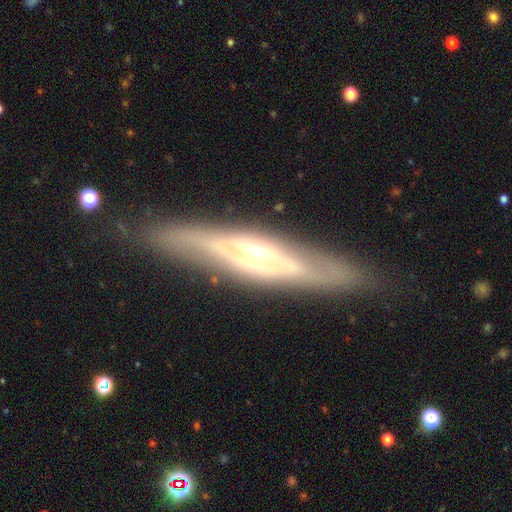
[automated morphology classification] A featured or disk galaxy (77%) viewed edge-on (70%) with a rounded central bulge (76%).

Vote fractions:
- Smooth or featured? featured or disk: 77% / smooth: 17% / star or artifact: 6%
- Edge-on disk? yes: 70% / no: 30%
- Edge-on bulge? rounded: 76% / none: 13% / boxy: 11%
- Merging? none: 83% / minor disturbance: 11% / major disturbance: 4% / merger: 2%